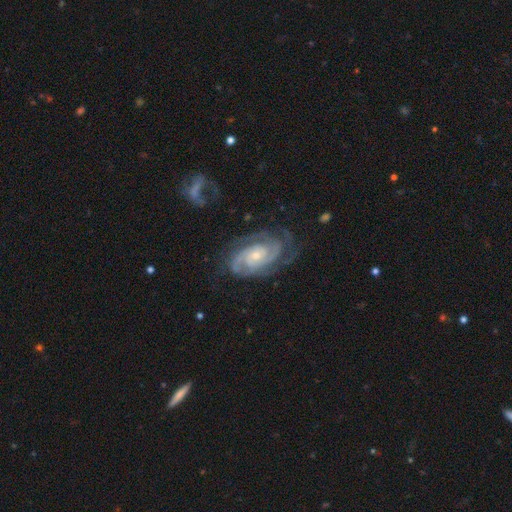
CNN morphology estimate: This is clearly a featured or disk galaxy (90%). It is clearly not viewed edge-on (97%). Bar: likely no (68%). Spiral arm pattern: clearly yes (98%). Spiral arm count: possibly 2 (46%). Spiral winding: likely tight (66%). Central bulge: likely small (60%). Merging: likely none (70%).